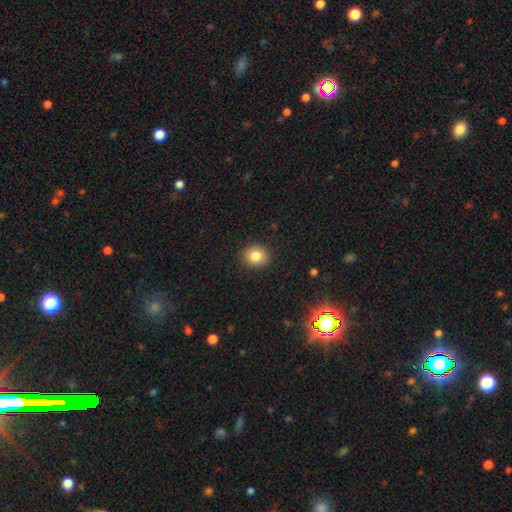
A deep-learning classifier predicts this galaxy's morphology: Smooth or featured? Predicted: smooth (p=0.83). How rounded? Predicted: round (p=0.80). Merging? Predicted: none (p=0.90).